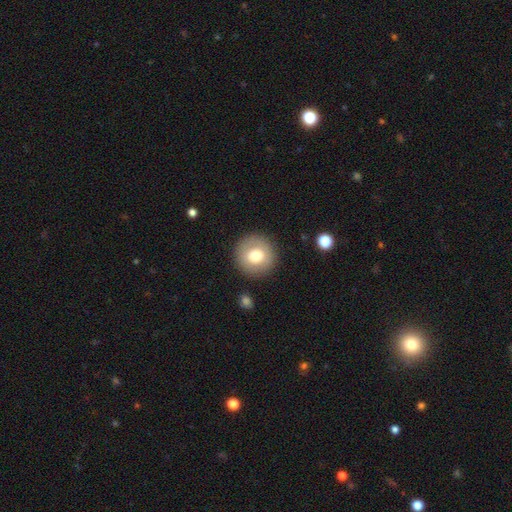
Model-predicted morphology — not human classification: A smooth galaxy with no disk features (71%) that is round (95%).

Vote fractions:
- Smooth or featured? smooth: 71% / featured or disk: 20% / star or artifact: 9%
- How rounded? round: 95% / in between: 4% / cigar-shaped: 1%
- Merging? none: 89% / minor disturbance: 7% / major disturbance: 3% / merger: 2%